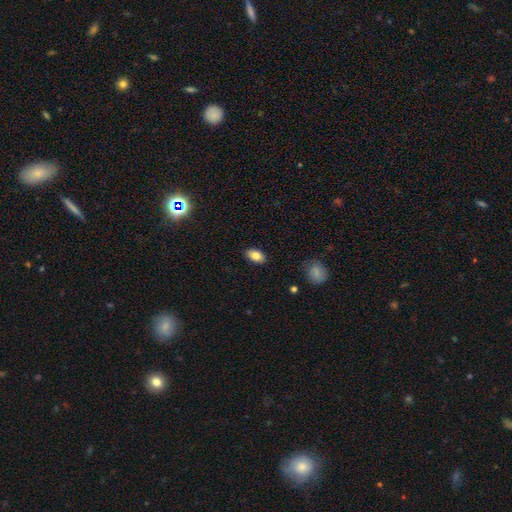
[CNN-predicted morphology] smooth-or-featured: smooth: 81% | featured or disk: 10% | star or artifact: 9%
  how-rounded: in between: 89% | round: 9% | cigar-shaped: 2%
  merging: none: 88% | minor disturbance: 9% | major disturbance: 2% | merger: 1%